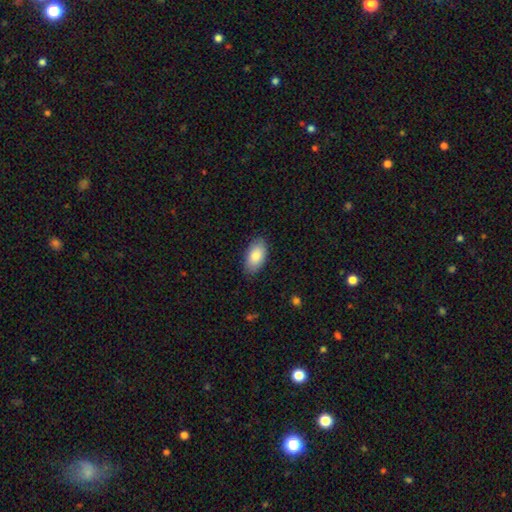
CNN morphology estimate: The model was most divided on "merging": none: 83%, minor disturbance: 13%, major disturbance: 3%, merger: 1%. More confident: how rounded — in between (94%); smooth or featured — smooth (84%).